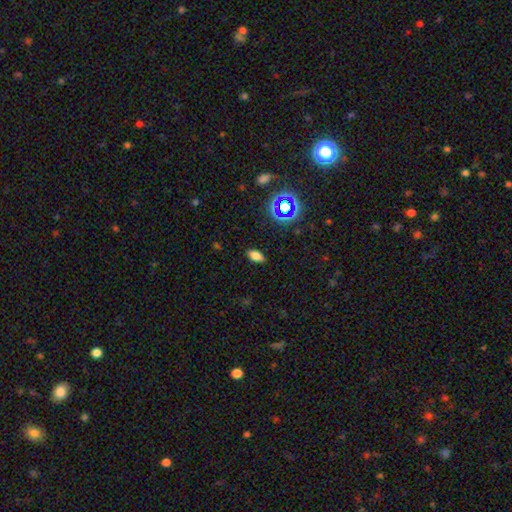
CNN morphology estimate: Smooth or featured? Predicted: smooth (p=0.73). How rounded? Predicted: in between (p=0.86). Merging? Predicted: none (p=0.88).